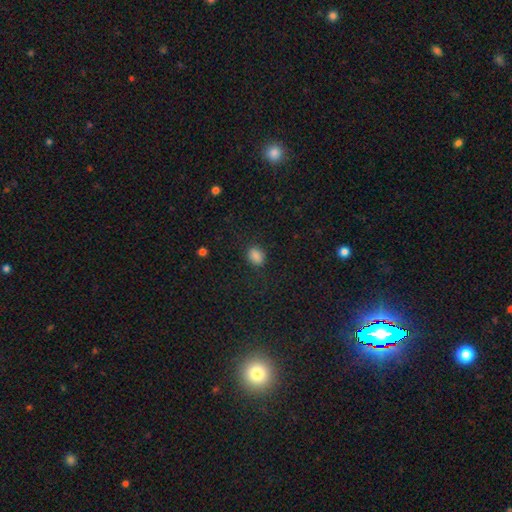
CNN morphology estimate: The model was most divided on "how rounded": in between: 71%, round: 28%, cigar-shaped: 1%. More confident: smooth or featured — smooth (84%); merging — none (83%).